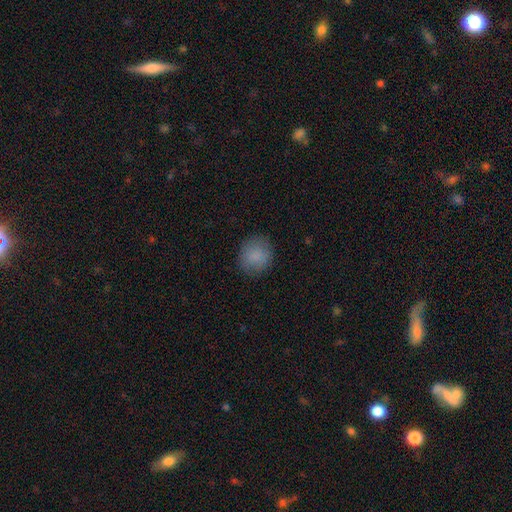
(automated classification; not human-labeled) Smooth or featured? smooth (86%)
How rounded? round (77%)
Merging? none (84%)